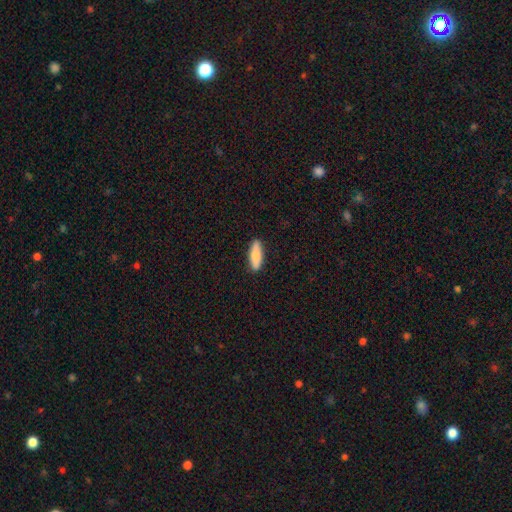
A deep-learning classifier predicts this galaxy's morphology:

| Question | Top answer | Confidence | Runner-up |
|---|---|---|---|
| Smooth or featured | smooth | 79% | featured or disk (15%) |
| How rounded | cigar-shaped | 54% | in between (44%) |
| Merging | none | 89% | minor disturbance (8%) |